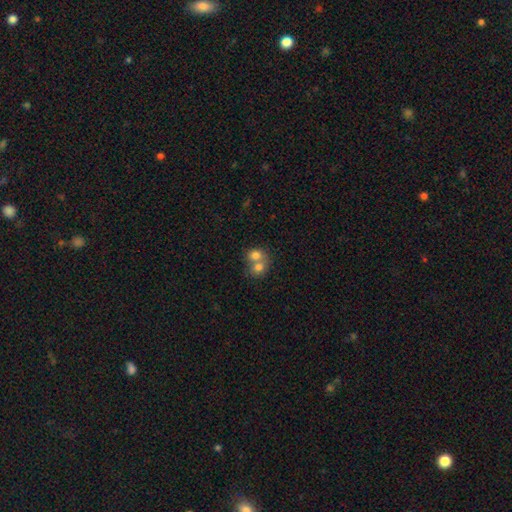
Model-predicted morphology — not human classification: Q: Smooth or featured?
A: smooth (75%); runner-up: featured or disk (17%)
Q: How rounded?
A: round (65%); runner-up: in between (34%)
Q: Merging?
A: merger (70%); runner-up: none (23%)